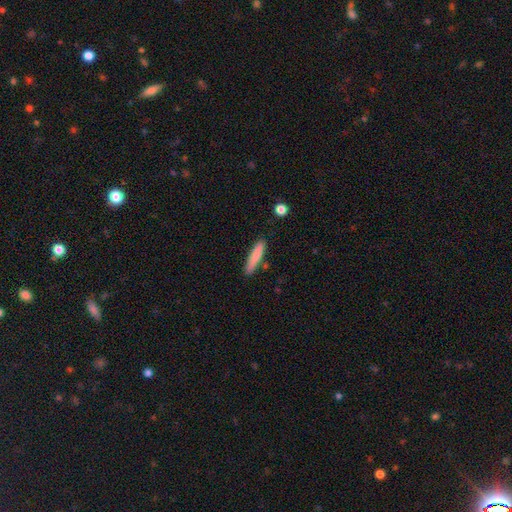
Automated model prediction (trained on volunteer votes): smooth 81%, featured or disk 13%, star or artifact 6%. Down the decision tree: how rounded — cigar-shaped (86%); merging — none (82%).